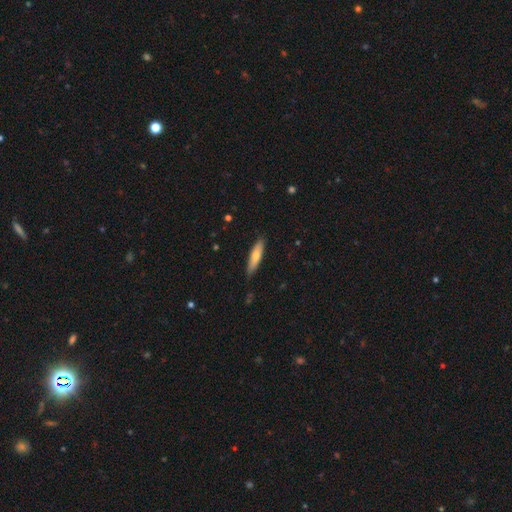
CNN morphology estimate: Smooth or featured? Predicted: smooth (p=0.69). How rounded? Predicted: cigar-shaped (p=0.73). Merging? Predicted: none (p=0.84).